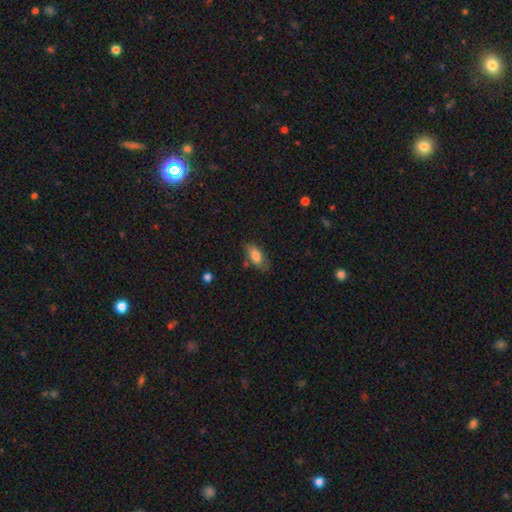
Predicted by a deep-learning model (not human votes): Smooth or featured? Predicted: smooth (p=0.80). How rounded? Predicted: in between (p=0.88). Merging? Predicted: none (p=0.67).